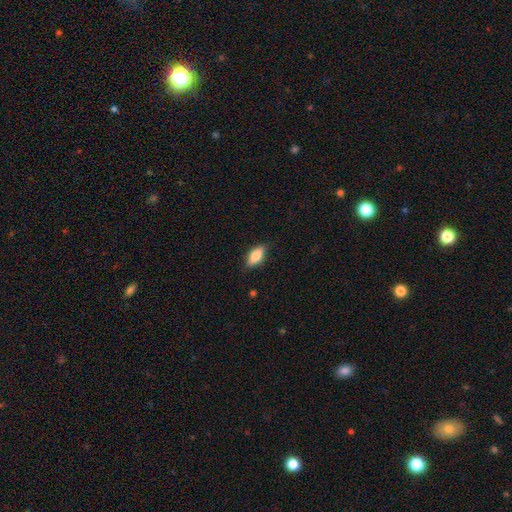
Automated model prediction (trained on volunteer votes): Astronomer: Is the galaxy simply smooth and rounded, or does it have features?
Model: smooth — 78%.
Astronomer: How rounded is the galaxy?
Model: in between — 86%.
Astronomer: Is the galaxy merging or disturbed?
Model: none — 82%.